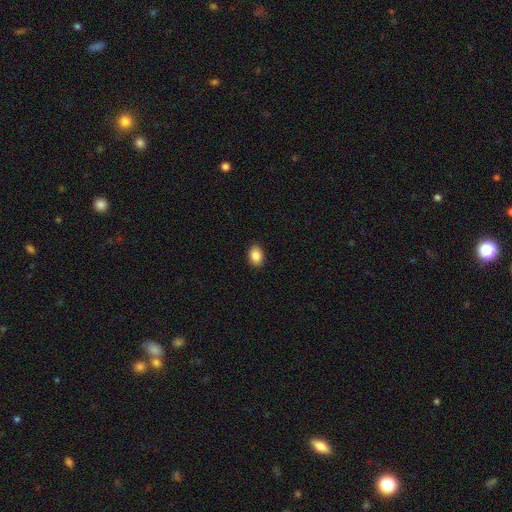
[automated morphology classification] Q: Smooth or featured?
A: smooth (87%); runner-up: star or artifact (8%)
Q: How rounded?
A: in between (74%); runner-up: round (25%)
Q: Merging?
A: none (90%); runner-up: minor disturbance (7%)